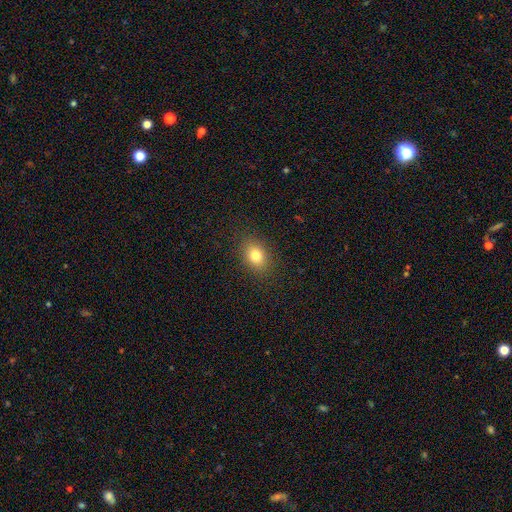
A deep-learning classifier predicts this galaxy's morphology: Smooth or featured? smooth (80%)
How rounded? in between (67%)
Merging? none (88%)